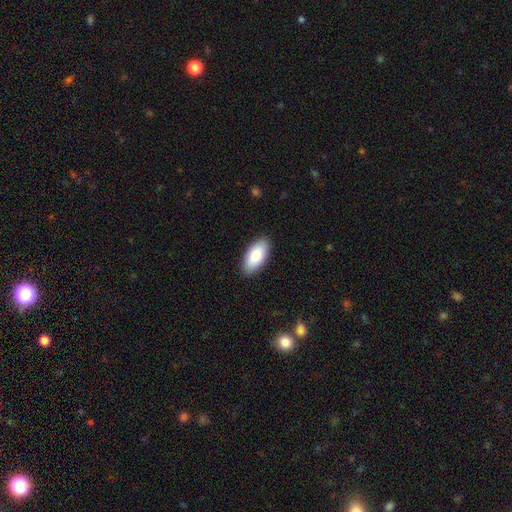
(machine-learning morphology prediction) Smooth or featured? smooth (84%)
How rounded? in between (92%)
Merging? none (88%)